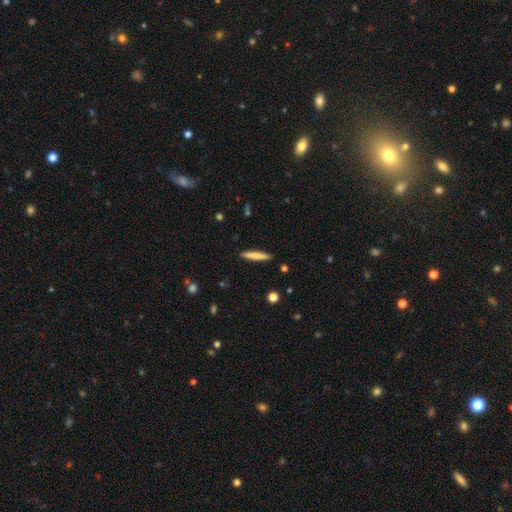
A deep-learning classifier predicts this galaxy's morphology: smooth-or-featured: smooth: 74% | featured or disk: 20% | star or artifact: 6%
  how-rounded: cigar-shaped: 93% | in between: 5% | round: 1%
  merging: none: 90% | minor disturbance: 7% | major disturbance: 1% | merger: 1%